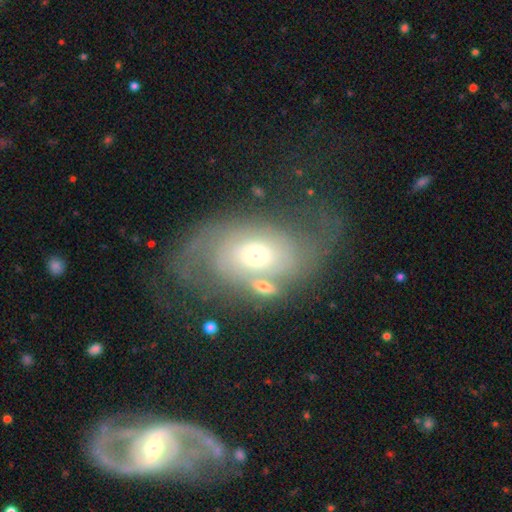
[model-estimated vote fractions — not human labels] This appears to be a featured or disk galaxy (69%) with no bar (81%), spiral arms (74%) and a moderate central bulge (55%). Merging: none (44%).